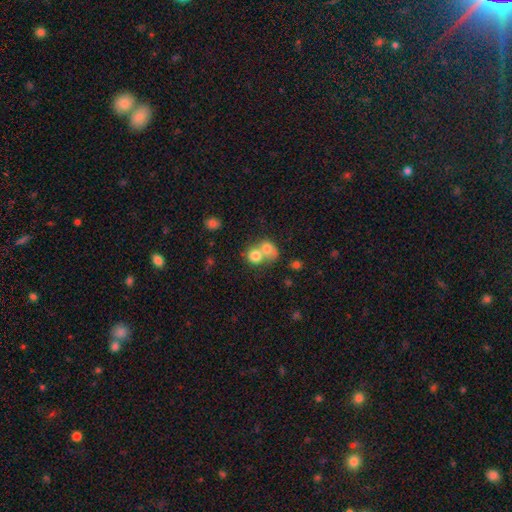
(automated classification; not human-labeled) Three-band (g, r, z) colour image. It shows a smooth galaxy with no disk features (76%) that is round (72%). Merging: merger (68%).